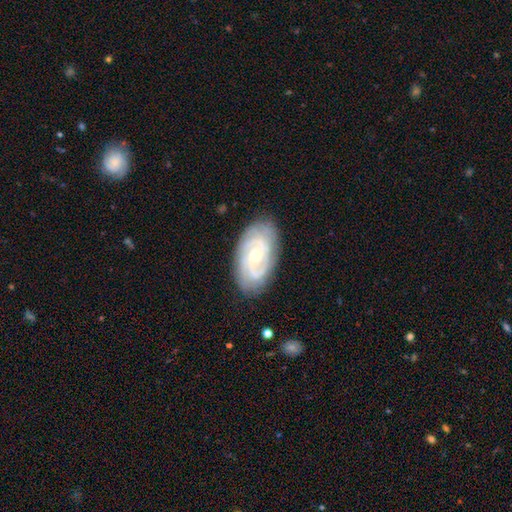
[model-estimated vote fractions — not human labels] featured or disk 86%, smooth 9%, star or artifact 5%. Down the decision tree: edge-on disk — no (96%); bar — no (59%); spiral arms — yes (96%); spiral arm count — 2 (36%); spiral winding — tight (66%); bulge size — small (55%); merging — none (81%).